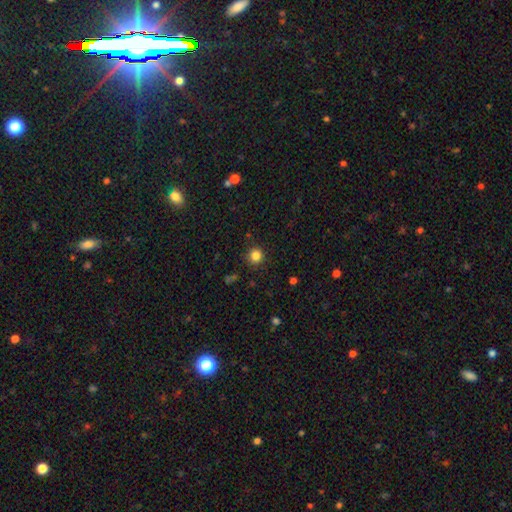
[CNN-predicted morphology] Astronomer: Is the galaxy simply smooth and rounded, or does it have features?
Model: smooth — 83%.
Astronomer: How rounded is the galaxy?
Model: round — 93%.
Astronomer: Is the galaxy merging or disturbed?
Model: none — 88%.